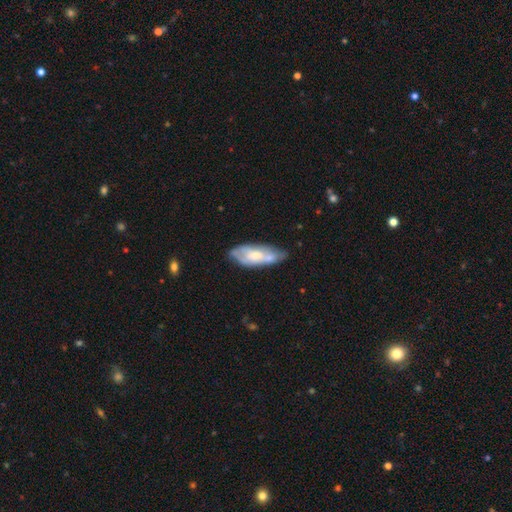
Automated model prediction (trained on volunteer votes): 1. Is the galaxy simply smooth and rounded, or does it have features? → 48% featured or disk, 46% smooth, 6% star or artifact.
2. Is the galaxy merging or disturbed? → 48% none, 29% minor disturbance, 12% merger, 11% major disturbance.